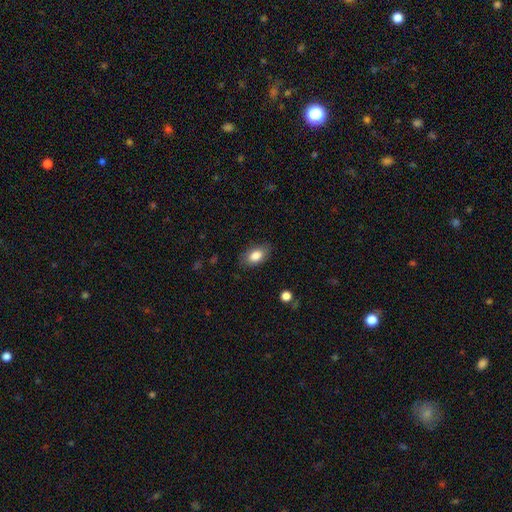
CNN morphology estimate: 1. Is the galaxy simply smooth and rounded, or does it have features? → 83% smooth, 10% featured or disk, 7% star or artifact.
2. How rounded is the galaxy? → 91% in between, 7% round, 2% cigar-shaped.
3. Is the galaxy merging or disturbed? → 83% none, 13% minor disturbance, 3% major disturbance, 1% merger.